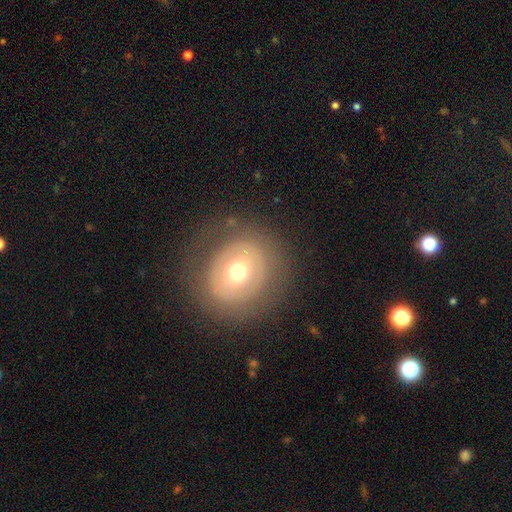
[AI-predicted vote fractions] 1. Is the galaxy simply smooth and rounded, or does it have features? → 46% smooth, 45% featured or disk, 10% star or artifact.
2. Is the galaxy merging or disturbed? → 82% none, 10% minor disturbance, 6% major disturbance, 1% merger.